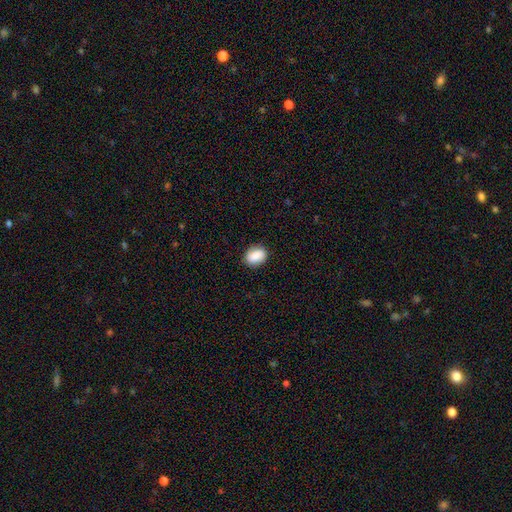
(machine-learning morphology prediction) Overall: smooth (80%). How rounded: in between (60%; round 38%). Merging: none (85%).